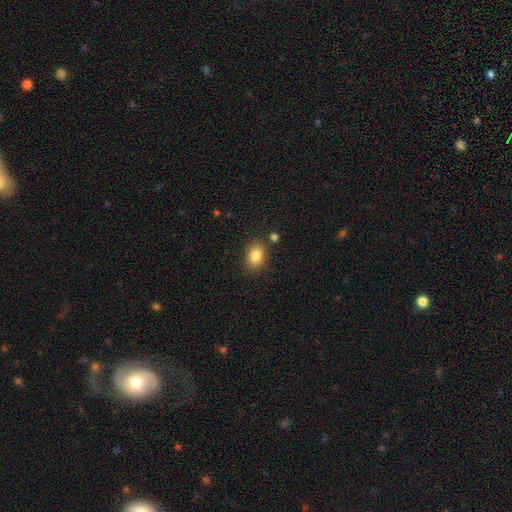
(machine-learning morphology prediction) Smooth or featured? smooth (85%)
How rounded? in between (80%)
Merging? none (82%)